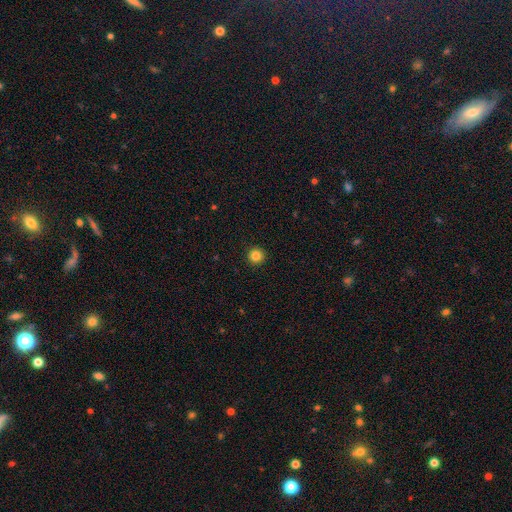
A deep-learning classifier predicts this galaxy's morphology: A smooth galaxy with no disk features (85%) that is round (96%).

Vote fractions:
- Smooth or featured? smooth: 85% / star or artifact: 11% / featured or disk: 4%
- How rounded? round: 96% / in between: 3% / cigar-shaped: 1%
- Merging? none: 94% / minor disturbance: 4% / major disturbance: 1% / merger: 1%